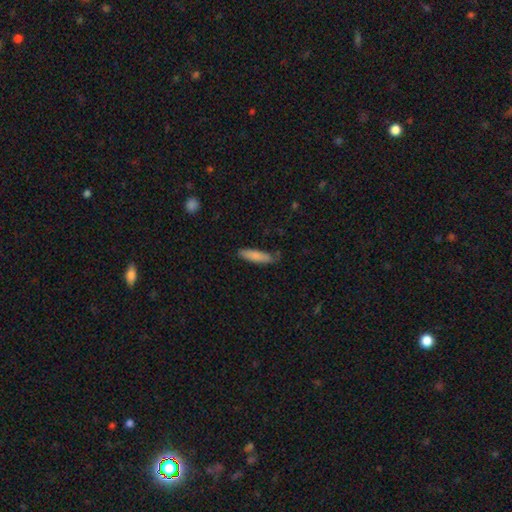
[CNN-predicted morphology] A smooth galaxy with no disk features (83%) that is cigar-shaped (72%).

Vote fractions:
- Smooth or featured? smooth: 83% / featured or disk: 11% / star or artifact: 6%
- How rounded? cigar-shaped: 72% / in between: 27% / round: 1%
- Merging? none: 76% / minor disturbance: 19% / major disturbance: 3% / merger: 2%